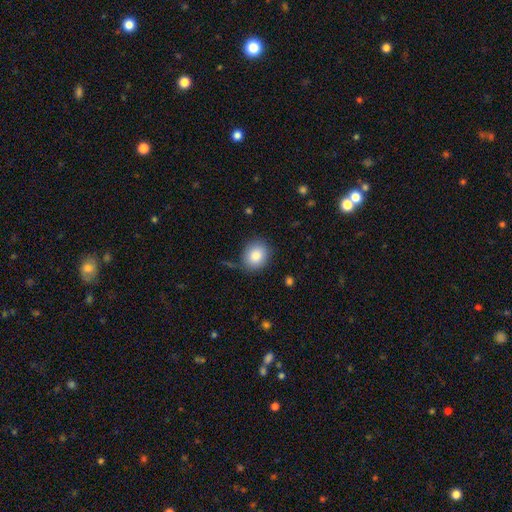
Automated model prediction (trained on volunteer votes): smooth-or-featured: smooth: 85% | star or artifact: 8% | featured or disk: 7%
  how-rounded: round: 66% | in between: 34% | cigar-shaped: 1%
  merging: none: 79% | minor disturbance: 14% | major disturbance: 4% | merger: 3%